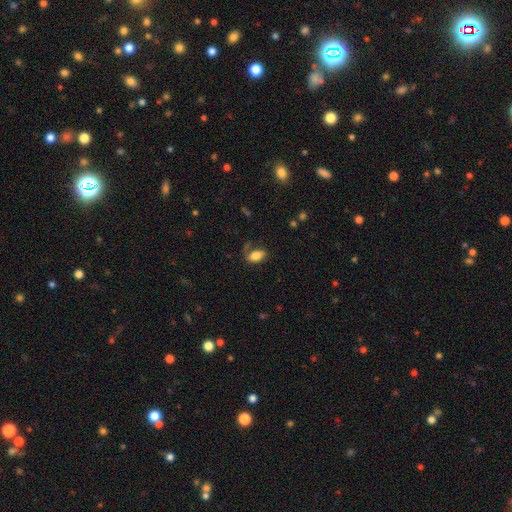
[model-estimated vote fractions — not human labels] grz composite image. It shows a smooth galaxy with no disk features (82%) that is in between round and cigar-shaped (91%). Merging: none (62%).